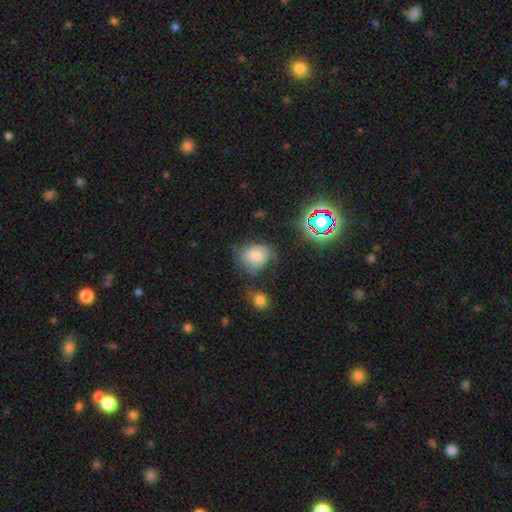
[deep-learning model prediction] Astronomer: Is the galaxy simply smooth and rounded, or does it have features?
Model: smooth — 66%.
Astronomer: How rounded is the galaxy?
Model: round — 56% (runner-up: in between, 43%).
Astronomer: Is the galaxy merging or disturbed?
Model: none — 46% (runner-up: minor disturbance, 32%).